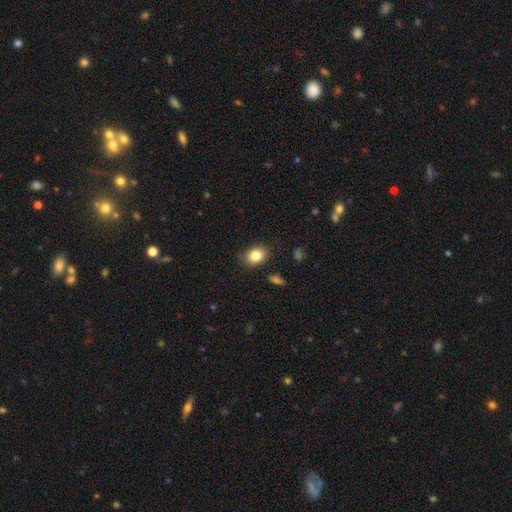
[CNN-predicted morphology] This appears to be a smooth galaxy with no disk features (83%) that is in between round and cigar-shaped (65%). Merging: none (83%).